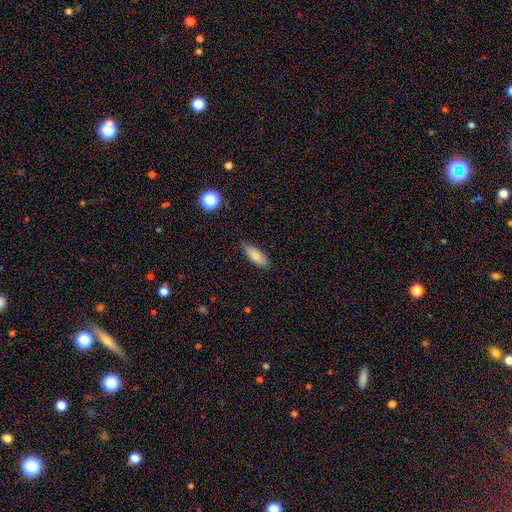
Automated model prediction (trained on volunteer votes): Morphology: type=smooth (83%); roundness=in between (70%); merging=none (78%).